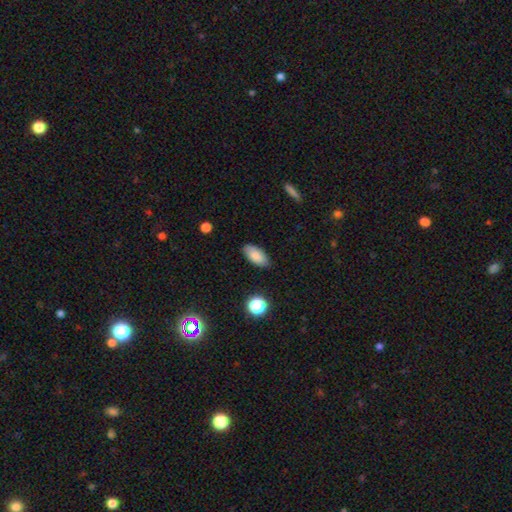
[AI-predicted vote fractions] smooth-or-featured: smooth: 85% | star or artifact: 8% | featured or disk: 7%
  how-rounded: in between: 91% | cigar-shaped: 6% | round: 3%
  merging: none: 85% | minor disturbance: 11% | major disturbance: 2% | merger: 1%